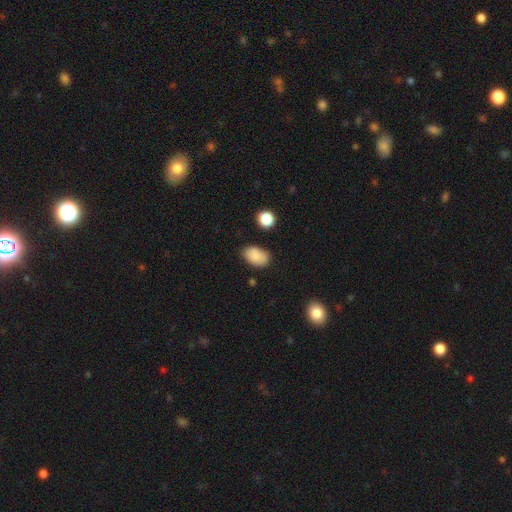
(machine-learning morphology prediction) Overall: smooth (84%). How rounded: in between (89%). Merging: none (74%).